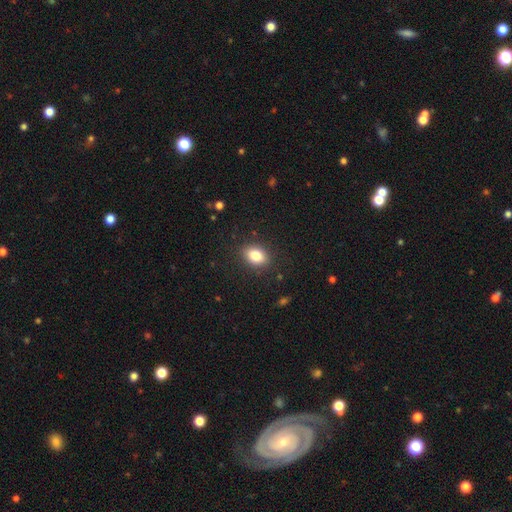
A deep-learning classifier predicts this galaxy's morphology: smooth_or_featured: smooth (p=0.83) [alt: star or artifact p=0.09]
how_rounded: in between (p=0.75) [alt: round p=0.23]
merging: none (p=0.87) [alt: minor disturbance p=0.09]